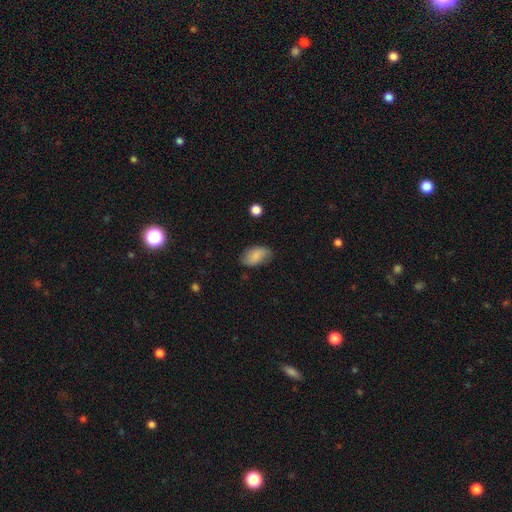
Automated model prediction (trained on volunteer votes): Smooth or featured: smooth — 81% (featured or disk — 12%)
How rounded: in between — 93% (round — 5%)
Merging: none — 76% (minor disturbance — 19%)